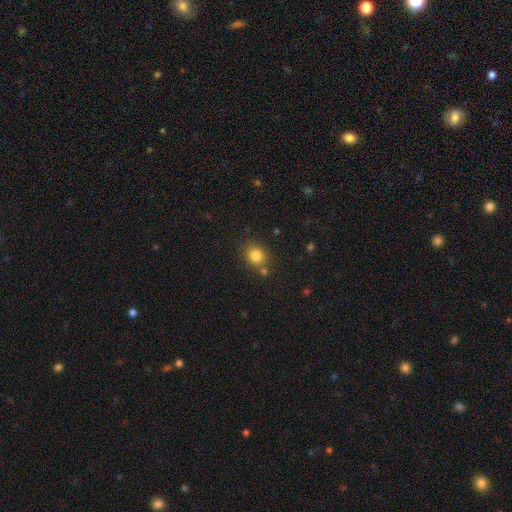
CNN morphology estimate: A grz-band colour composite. It shows a smooth galaxy with no disk features (82%) that is round (78%). Merging: none (74%).